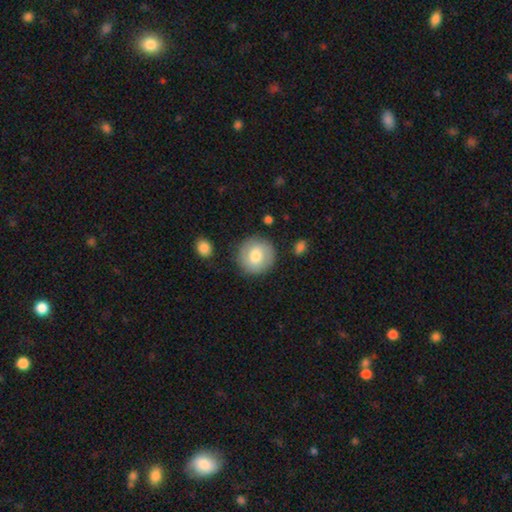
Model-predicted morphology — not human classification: The model was most divided on "smooth or featured": smooth: 73%, featured or disk: 20%, star or artifact: 7%. More confident: how rounded — round (92%); merging — none (85%).